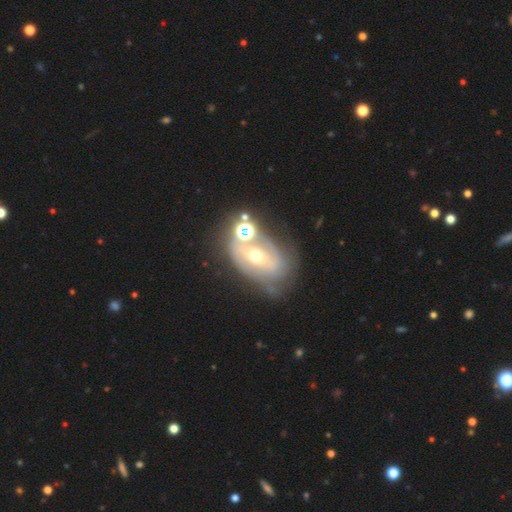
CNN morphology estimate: This is likely a featured or disk galaxy (66%). It is clearly not viewed edge-on (94%). Bar: possibly no (51%). Spiral arm pattern: likely yes (66%). Central bulge: possibly moderate (51%). Merging: marginally none (44%).